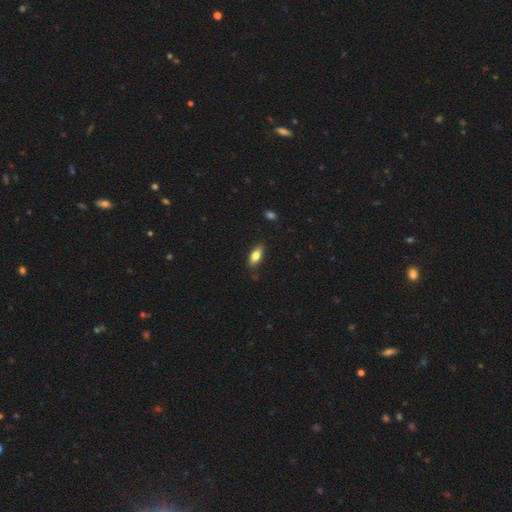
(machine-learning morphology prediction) Smooth or featured: smooth — 80% (featured or disk — 13%)
How rounded: in between — 85% (cigar-shaped — 12%)
Merging: none — 83% (minor disturbance — 13%)